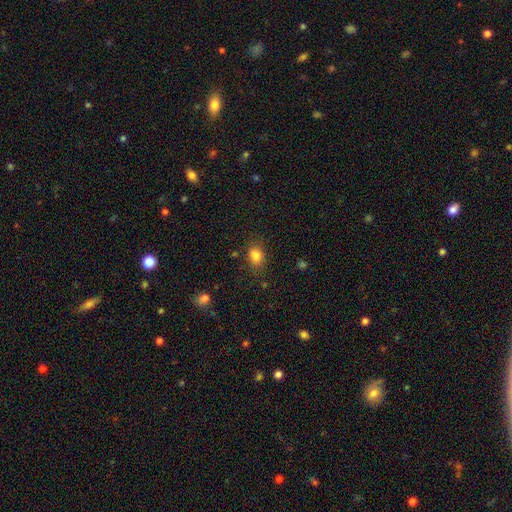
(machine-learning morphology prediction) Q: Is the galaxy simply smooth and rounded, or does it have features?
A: smooth — 83%.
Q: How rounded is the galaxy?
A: in between — 66%.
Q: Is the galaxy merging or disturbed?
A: none — 74%.